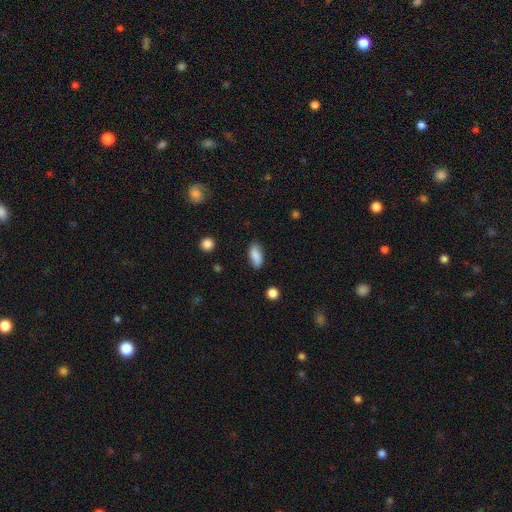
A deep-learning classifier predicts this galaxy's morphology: Overall: smooth (82%). How rounded: in between (85%). Merging: none (81%).